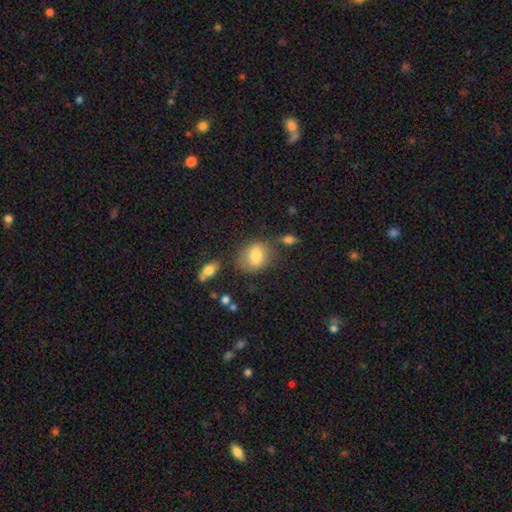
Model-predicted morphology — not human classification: Smooth or featured?
  - smooth: 77% *
  - featured or disk: 15%
  - star or artifact: 8%
How rounded?
  - in between: 58% *
  - round: 40%
  - cigar-shaped: 1%
Merging?
  - none: 62% *
  - minor disturbance: 21%
  - merger: 9%
  - major disturbance: 7%